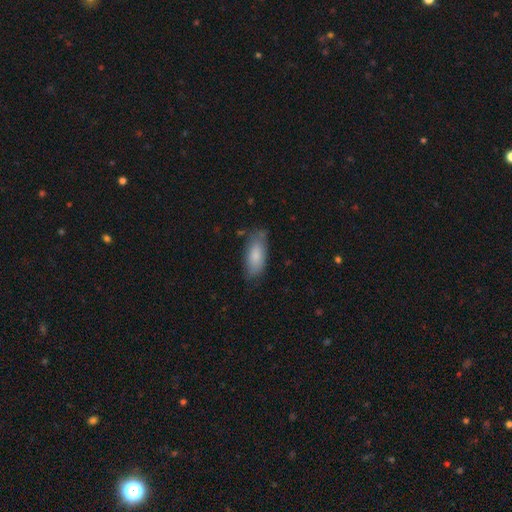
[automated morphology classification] Smooth or featured? smooth (81%)
How rounded? in between (79%)
Merging? none (72%)